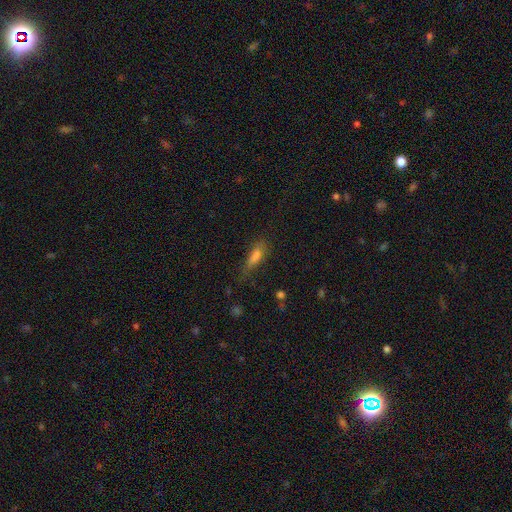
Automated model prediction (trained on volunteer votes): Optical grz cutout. It shows a smooth galaxy with no disk features (68%) that is cigar-shaped (58%). Merging: none (58%).